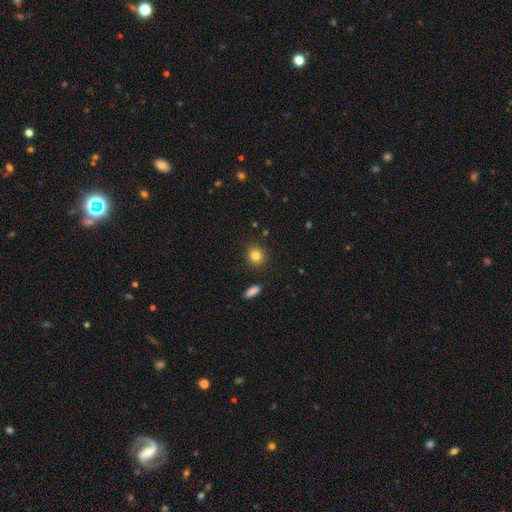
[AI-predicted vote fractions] smooth_or_featured: smooth (p=0.84) [alt: star or artifact p=0.11]
how_rounded: round (p=0.74) [alt: in between p=0.25]
merging: none (p=0.88) [alt: minor disturbance p=0.07]